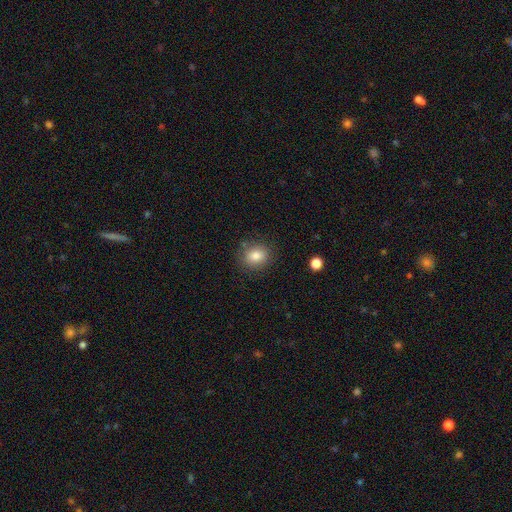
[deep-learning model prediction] smooth 83%, star or artifact 10%, featured or disk 7%. Down the decision tree: how rounded — round (61%); merging — none (83%).